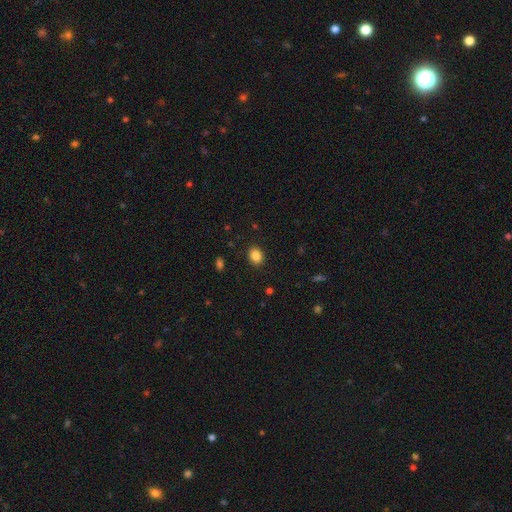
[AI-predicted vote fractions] Smooth or featured? smooth (87%)
How rounded? in between (56%)
Merging? none (89%)